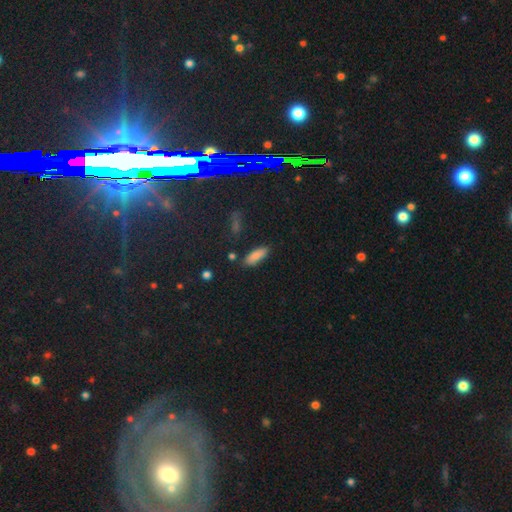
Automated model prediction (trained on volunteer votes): A smooth galaxy with no disk features (84%) that is in between round and cigar-shaped (68%). Merging: none (80%).